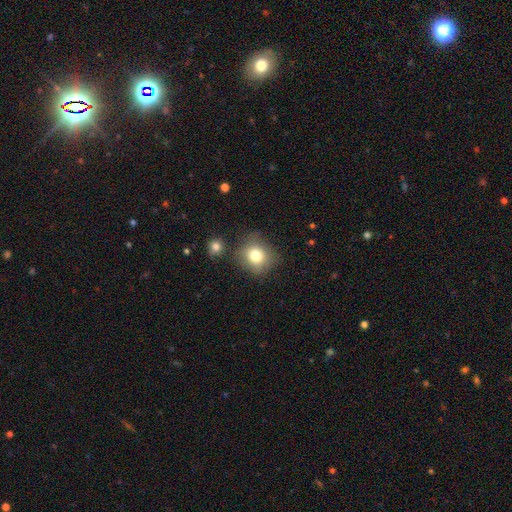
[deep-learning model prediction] This appears to be a smooth galaxy with no disk features (78%) that is round (78%). Merging: none (70%).